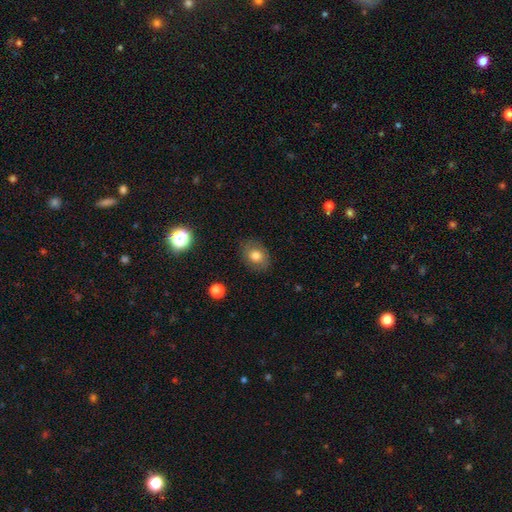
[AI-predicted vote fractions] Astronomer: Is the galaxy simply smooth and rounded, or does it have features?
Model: smooth — 76%.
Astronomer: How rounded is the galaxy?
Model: in between — 58% (runner-up: round, 41%).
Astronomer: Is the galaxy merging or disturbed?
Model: none — 83%.